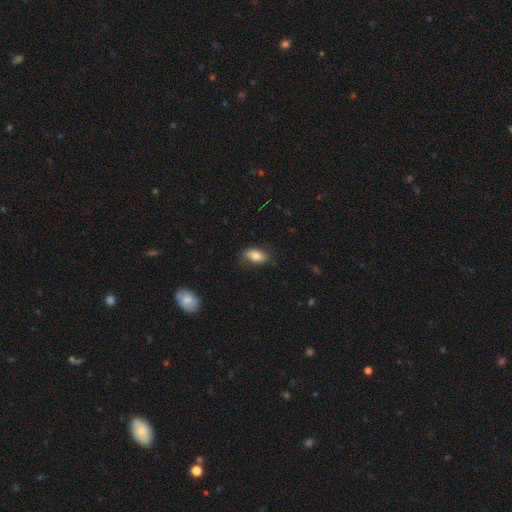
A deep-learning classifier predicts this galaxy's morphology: type=smooth (80%); roundness=in between (90%); merging=none (80%).